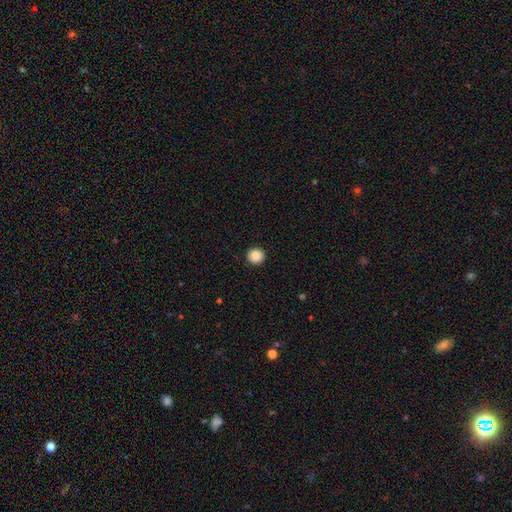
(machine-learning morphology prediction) Smooth or featured?
  - smooth: 87% *
  - star or artifact: 9%
  - featured or disk: 4%
How rounded?
  - round: 93% *
  - in between: 6%
  - cigar-shaped: 1%
Merging?
  - none: 93% *
  - minor disturbance: 5%
  - major disturbance: 2%
  - merger: 1%